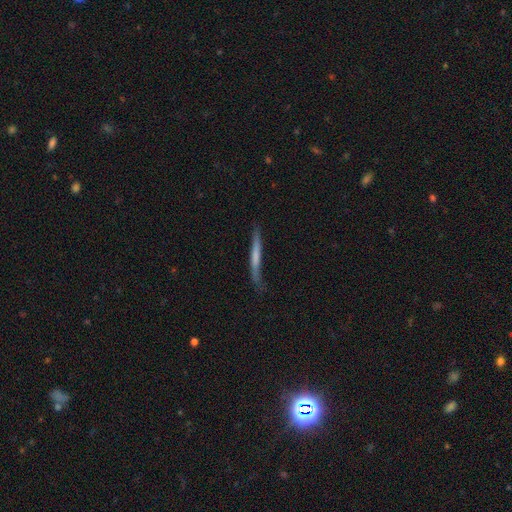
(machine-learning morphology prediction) Overall: smooth (55%; featured or disk 39%). How rounded: cigar-shaped (96%). Merging: none (71%).